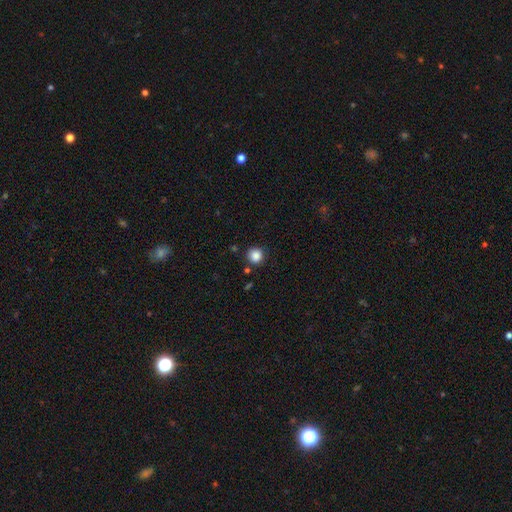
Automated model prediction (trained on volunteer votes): Morphology: type=smooth (86%); roundness=round (92%); merging=none (86%).